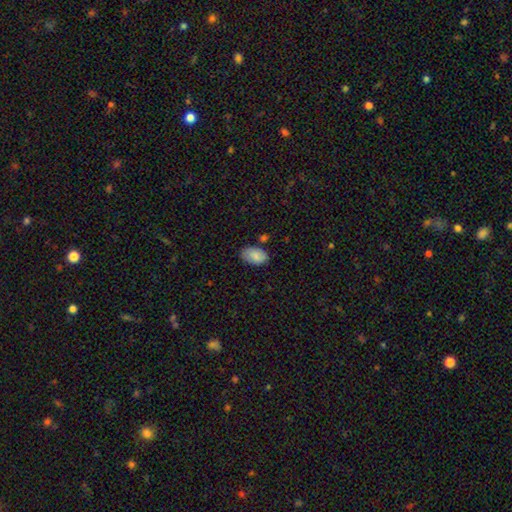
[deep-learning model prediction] Smooth or featured? Predicted: smooth (p=0.86). How rounded? Predicted: in between (p=0.92). Merging? Predicted: none (p=0.75).